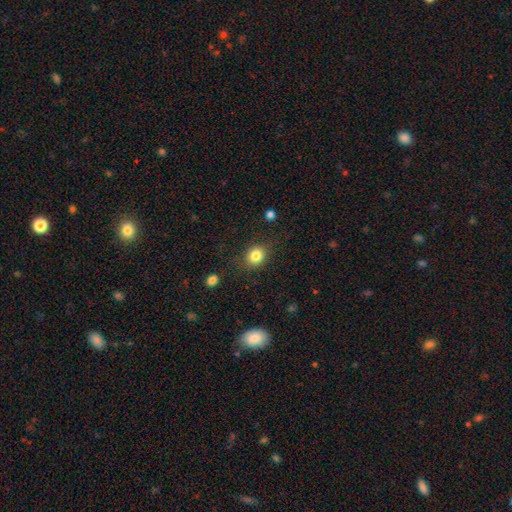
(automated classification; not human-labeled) smooth-or-featured: smooth: 83% | star or artifact: 11% | featured or disk: 7%
  how-rounded: round: 69% | in between: 30% | cigar-shaped: 1%
  merging: none: 82% | minor disturbance: 12% | major disturbance: 4% | merger: 2%